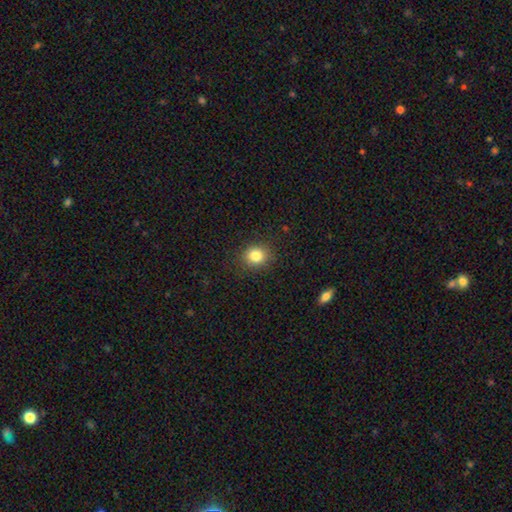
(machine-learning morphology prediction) smooth 83%, star or artifact 11%, featured or disk 6%. Down the decision tree: how rounded — round (77%); merging — none (88%).